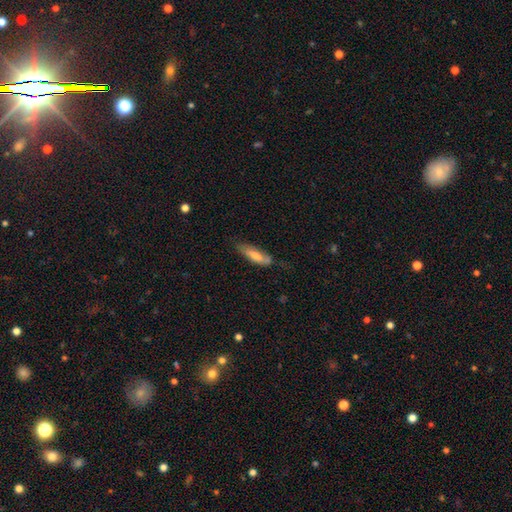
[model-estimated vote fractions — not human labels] smooth_or_featured: smooth (p=0.62) [alt: featured or disk p=0.32]
how_rounded: cigar-shaped (p=0.63) [alt: in between p=0.36]
merging: none (p=0.63) [alt: minor disturbance p=0.27]